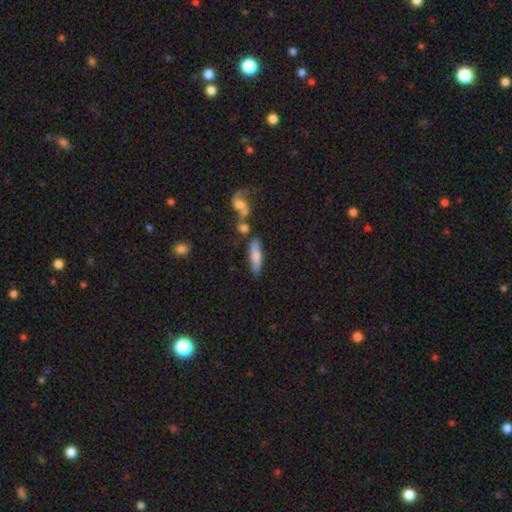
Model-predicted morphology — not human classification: This is likely a smooth galaxy (73%). How rounded: likely cigar-shaped (61%). Merging: likely none (69%).